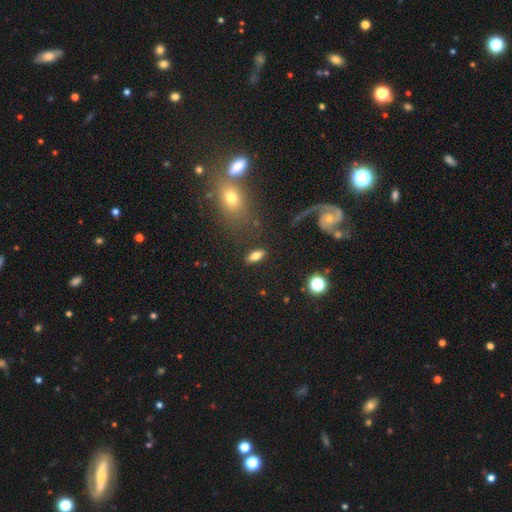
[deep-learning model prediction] Smooth or featured? smooth (75%)
How rounded? in between (80%)
Merging? none (84%)